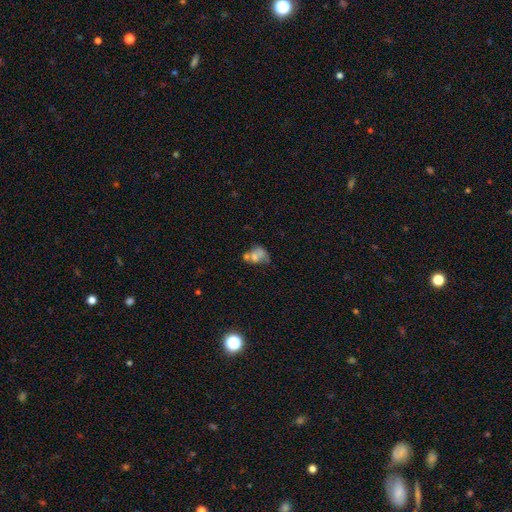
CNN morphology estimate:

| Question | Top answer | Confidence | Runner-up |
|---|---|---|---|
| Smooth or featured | smooth | 57% | featured or disk (30%) |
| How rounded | in between | 58% | round (40%) |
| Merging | merger | 42% | none (25%) |